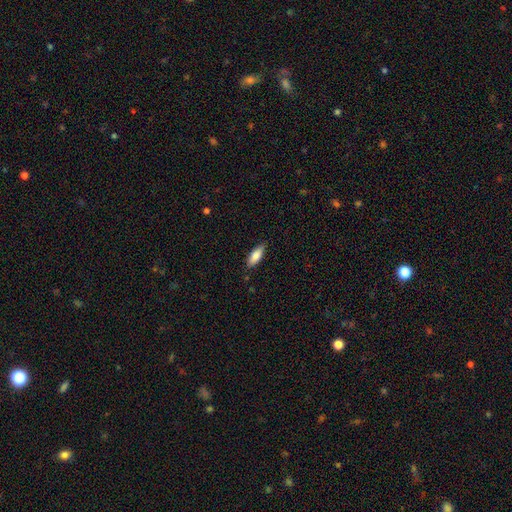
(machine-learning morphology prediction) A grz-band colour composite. It shows a smooth galaxy with no disk features (80%) that is in between round and cigar-shaped (72%). Merging: none (83%).